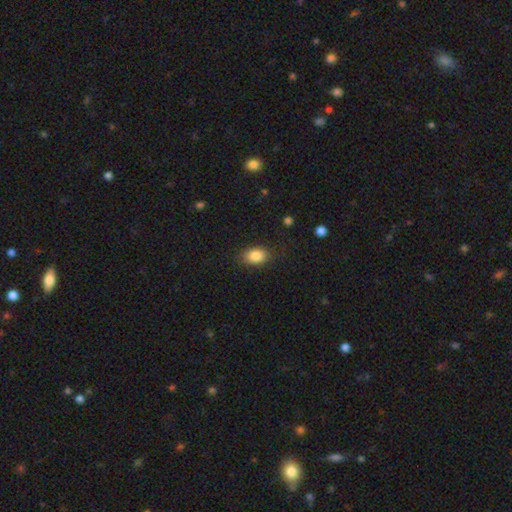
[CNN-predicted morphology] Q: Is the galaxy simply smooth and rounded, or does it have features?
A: smooth — 85%.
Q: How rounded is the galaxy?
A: in between — 81%.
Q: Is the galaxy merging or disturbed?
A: none — 81%.